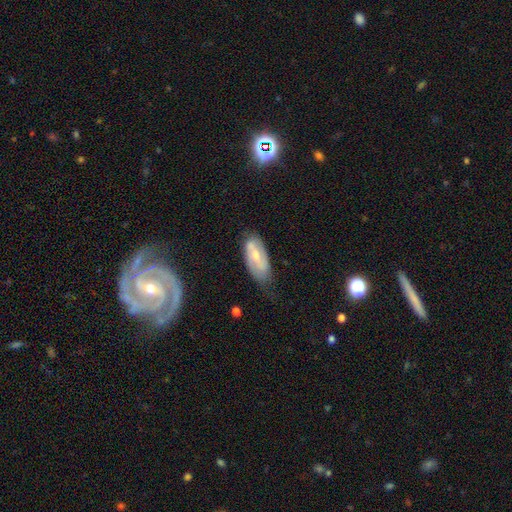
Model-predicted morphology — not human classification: type=featured or disk (60%); edge-on=no (89%); bar=weak (45%); spiral arms=yes (78%); bulge=moderate (51%); merging=none (63%).